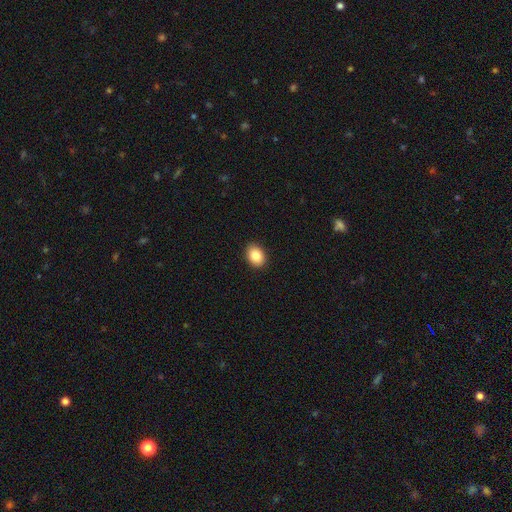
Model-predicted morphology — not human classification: This appears to be a smooth galaxy with no disk features (85%) that is in between round and cigar-shaped (65%). Merging: none (91%).